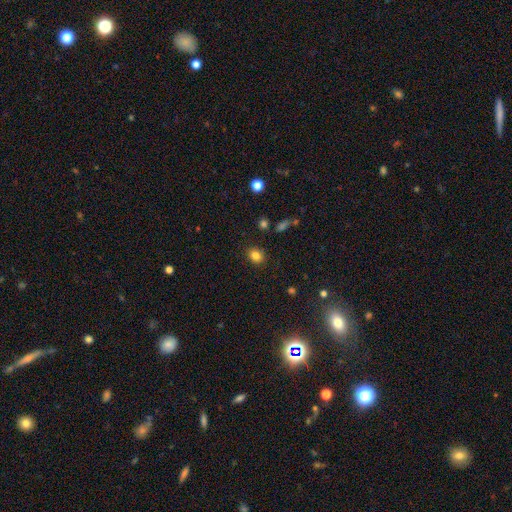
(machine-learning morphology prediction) A smooth galaxy with no disk features (83%) that is round (70%).

Vote fractions:
- Smooth or featured? smooth: 83% / star or artifact: 12% / featured or disk: 5%
- How rounded? round: 70% / in between: 29% / cigar-shaped: 1%
- Merging? none: 87% / minor disturbance: 9% / major disturbance: 3% / merger: 2%